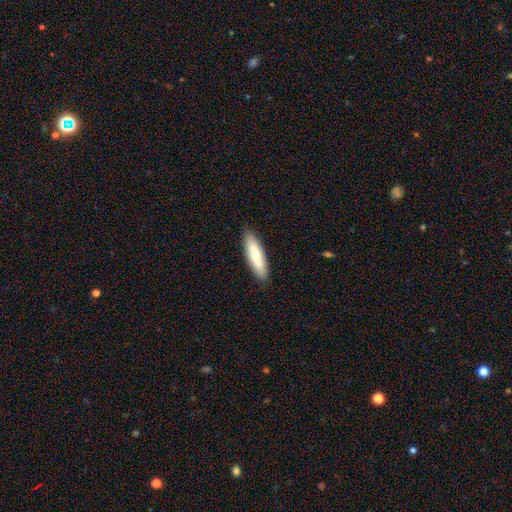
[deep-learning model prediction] smooth 67%, featured or disk 27%, star or artifact 5%. Down the decision tree: how rounded — cigar-shaped (62%); merging — none (89%).